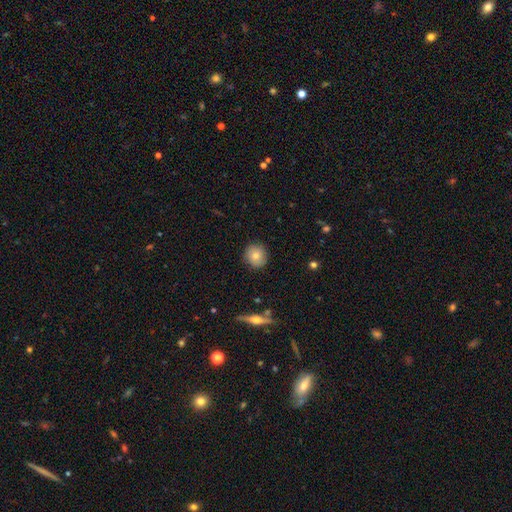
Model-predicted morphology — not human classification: The model was most divided on "smooth or featured": smooth: 75%, featured or disk: 16%, star or artifact: 9%. More confident: how rounded — round (88%); merging — none (88%).